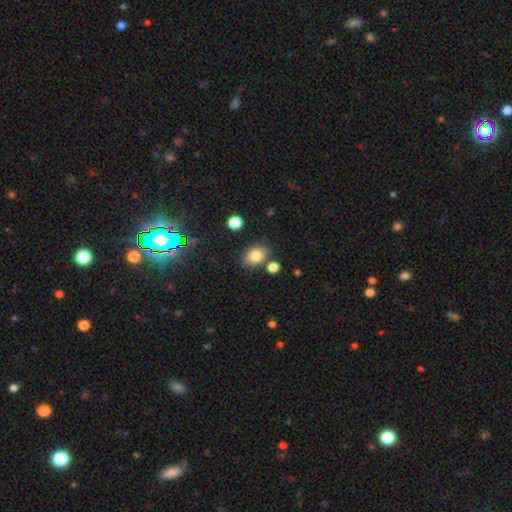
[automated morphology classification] Smooth or featured?
  - smooth: 80% *
  - star or artifact: 11%
  - featured or disk: 9%
How rounded?
  - in between: 60% *
  - round: 39%
  - cigar-shaped: 1%
Merging?
  - none: 77% *
  - minor disturbance: 12%
  - merger: 8%
  - major disturbance: 3%